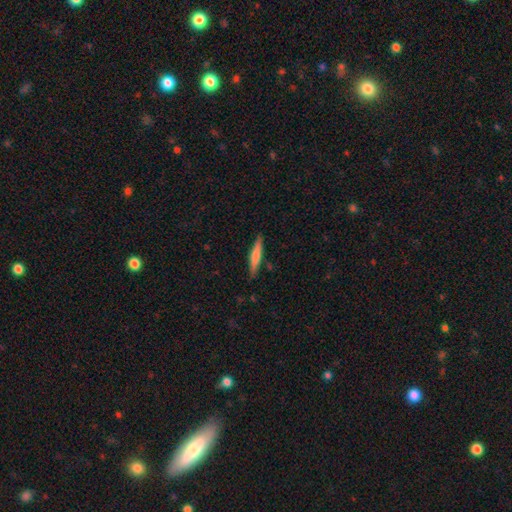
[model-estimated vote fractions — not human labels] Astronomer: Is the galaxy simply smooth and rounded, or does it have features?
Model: smooth — 63%.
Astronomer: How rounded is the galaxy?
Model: cigar-shaped — 91%.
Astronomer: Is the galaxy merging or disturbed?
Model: none — 88%.